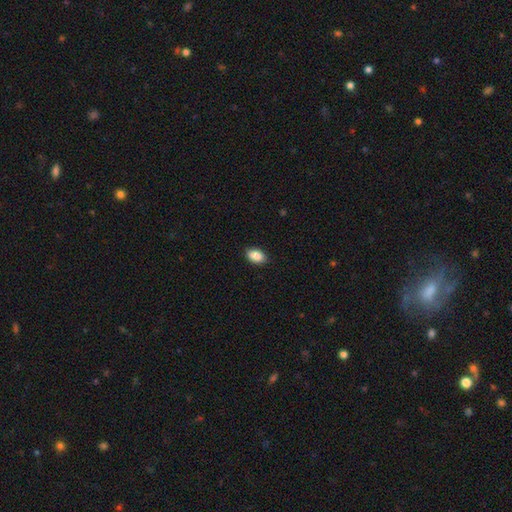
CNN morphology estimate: Overall: smooth (90%). How rounded: in between (91%). Merging: none (89%).